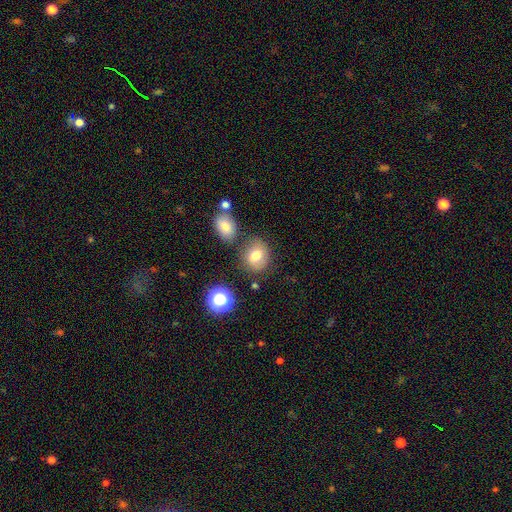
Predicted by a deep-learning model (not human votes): Smooth or featured? smooth (75%)
How rounded? round (63%)
Merging? none (71%)